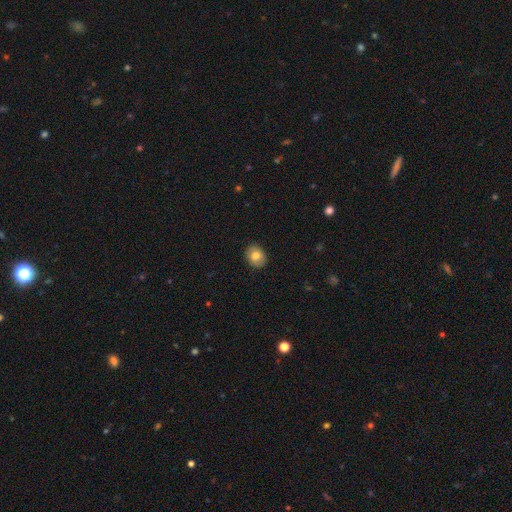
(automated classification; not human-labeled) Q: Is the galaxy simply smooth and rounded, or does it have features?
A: smooth — 79%.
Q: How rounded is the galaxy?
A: round — 53%.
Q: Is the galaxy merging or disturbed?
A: none — 88%.